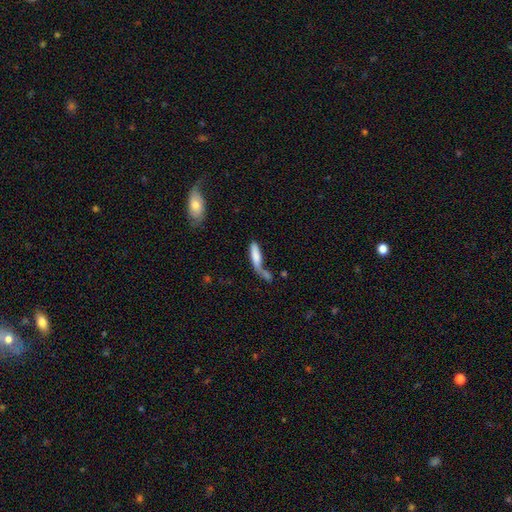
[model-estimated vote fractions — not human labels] A smooth galaxy with no disk features (76%) that is cigar-shaped (59%). Merging: merger (50%).